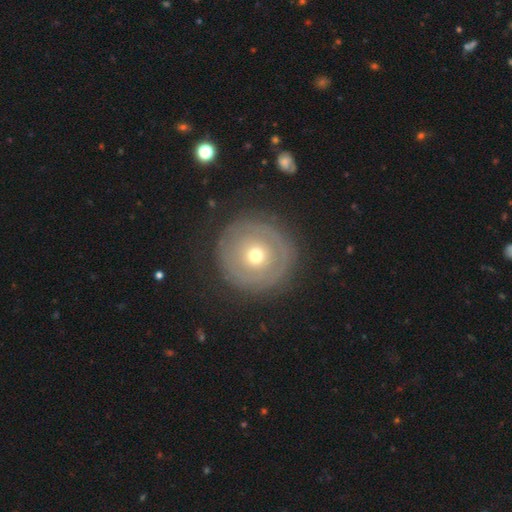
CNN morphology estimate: The model was most divided on "smooth or featured": featured or disk: 48%, smooth: 43%, star or artifact: 9%. More confident: merging — none (81%).